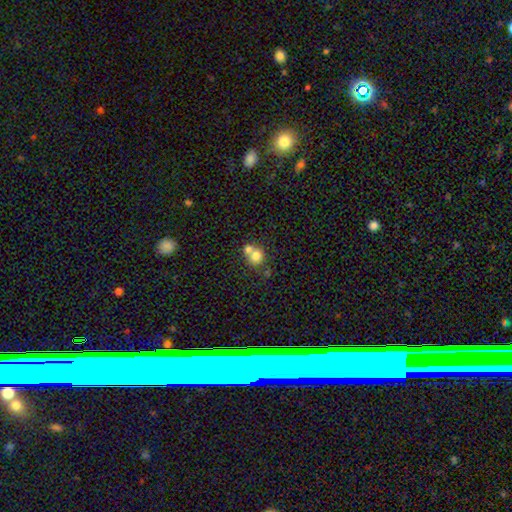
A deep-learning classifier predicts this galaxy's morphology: type=smooth (76%); roundness=round (82%); merging=merger (54%).